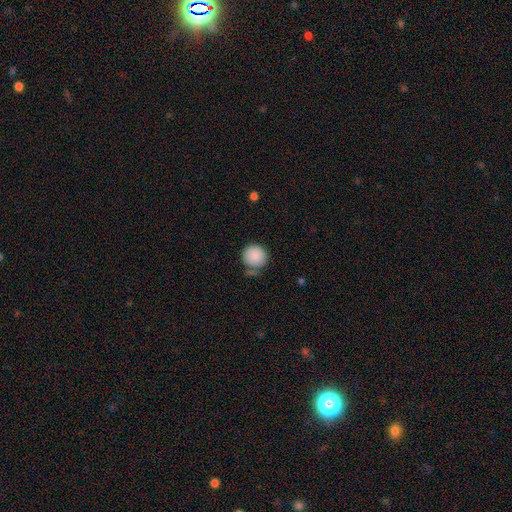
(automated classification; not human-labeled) Smooth or featured: smooth — 88% (star or artifact — 7%)
How rounded: round — 93% (in between — 6%)
Merging: none — 70% (minor disturbance — 17%)